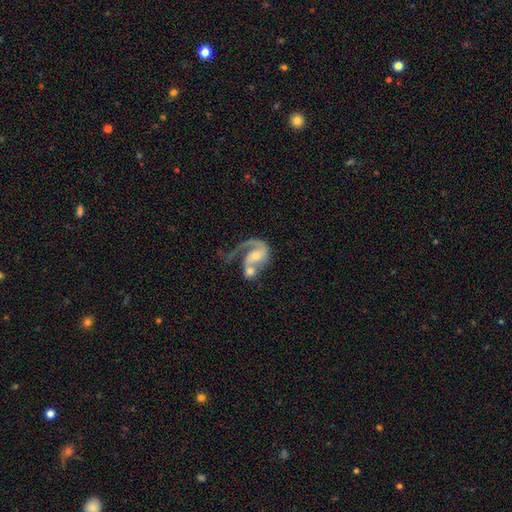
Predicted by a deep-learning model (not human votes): The model was most divided on "spiral winding": loose: 45%, medium: 40%, tight: 15%. More confident: edge-on disk — no (97%); spiral arms — yes (90%); smooth or featured — featured or disk (78%); bulge size — moderate (55%); spiral arm count — 1 (54%); bar — no (54%); merging — merger (50%).